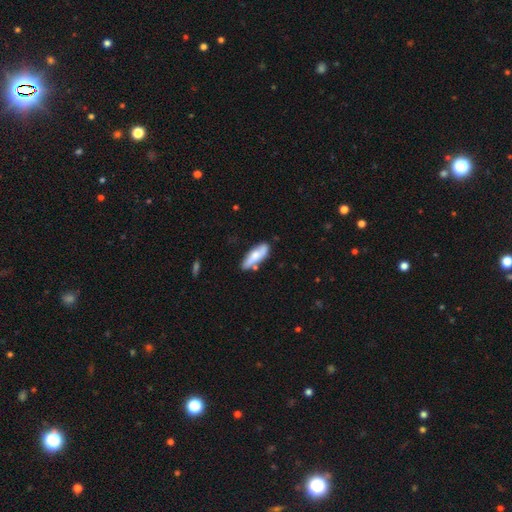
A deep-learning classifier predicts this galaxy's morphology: Smooth or featured?
  - smooth: 67% *
  - featured or disk: 27%
  - star or artifact: 6%
How rounded?
  - cigar-shaped: 50% *
  - in between: 48%
  - round: 2%
Merging?
  - none: 67% *
  - minor disturbance: 21%
  - merger: 8%
  - major disturbance: 4%